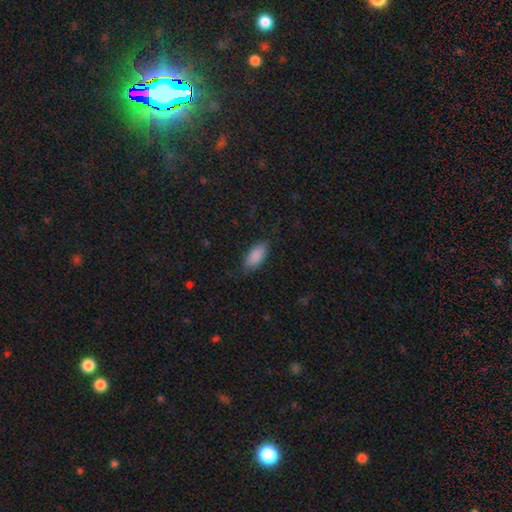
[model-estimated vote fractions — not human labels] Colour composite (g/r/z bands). It shows a smooth galaxy with no disk features (88%) that is in between round and cigar-shaped (90%). Merging: none (77%).